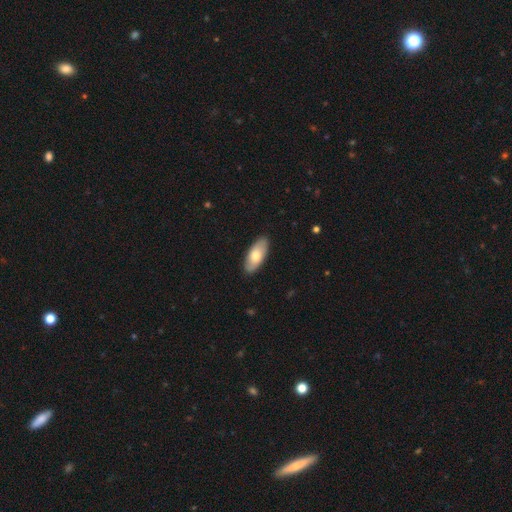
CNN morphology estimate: Smooth or featured? Predicted: smooth (p=0.69). How rounded? Predicted: in between (p=0.87). Merging? Predicted: none (p=0.89).